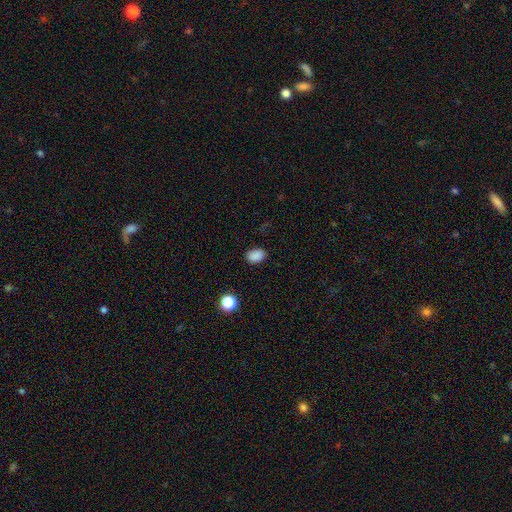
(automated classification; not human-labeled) smooth_or_featured: smooth (p=0.86) [alt: star or artifact p=0.11]
how_rounded: in between (p=0.78) [alt: round p=0.21]
merging: none (p=0.87) [alt: minor disturbance p=0.10]